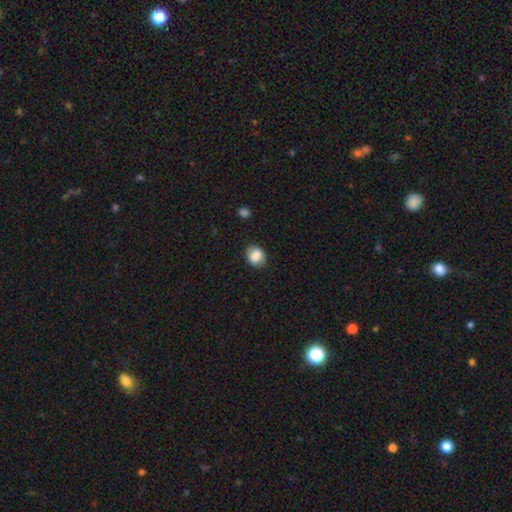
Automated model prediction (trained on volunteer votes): Smooth or featured? smooth (82%)
How rounded? round (53%)
Merging? none (83%)